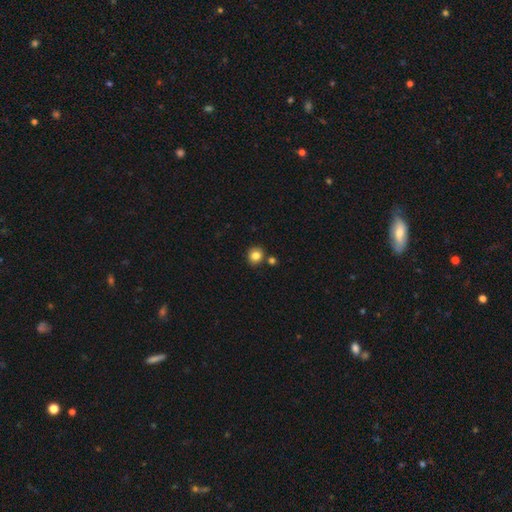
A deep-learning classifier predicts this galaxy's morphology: This appears to be a smooth galaxy with no disk features (83%) that is round (82%). Merging: none (80%).